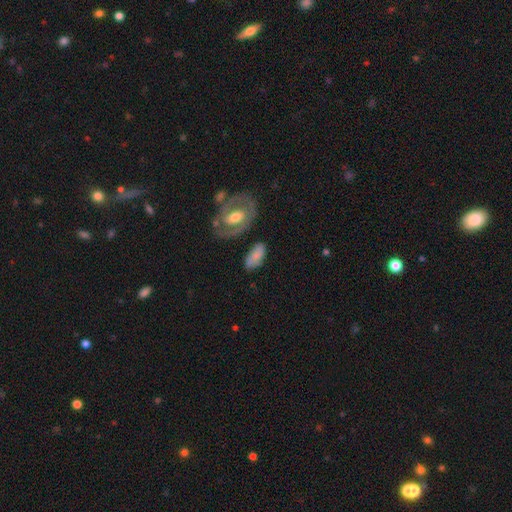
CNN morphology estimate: Smooth or featured?
  - smooth: 68% *
  - featured or disk: 25%
  - star or artifact: 7%
How rounded?
  - in between: 90% *
  - cigar-shaped: 6%
  - round: 4%
Merging?
  - none: 68% *
  - minor disturbance: 20%
  - major disturbance: 7%
  - merger: 5%